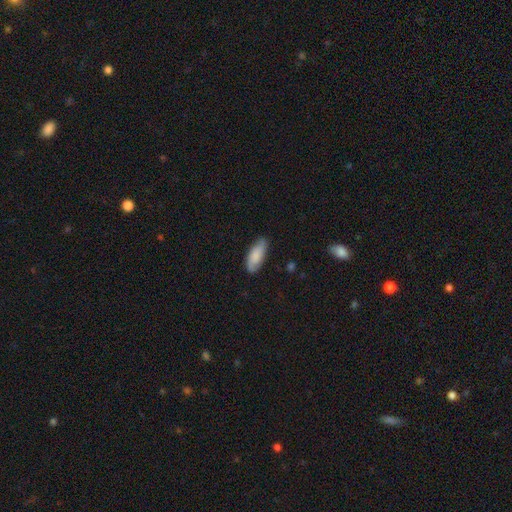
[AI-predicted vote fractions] Q: Smooth or featured?
A: smooth (73%); runner-up: featured or disk (21%)
Q: How rounded?
A: in between (79%); runner-up: cigar-shaped (19%)
Q: Merging?
A: none (79%); runner-up: minor disturbance (17%)